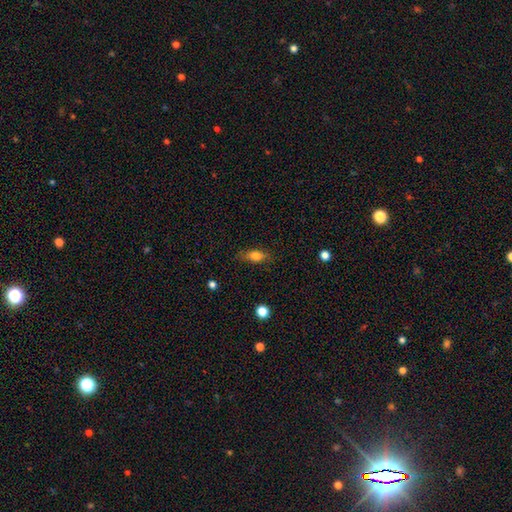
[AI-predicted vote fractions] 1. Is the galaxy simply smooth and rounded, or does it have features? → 77% smooth, 14% featured or disk, 9% star or artifact.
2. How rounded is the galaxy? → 78% in between, 14% cigar-shaped, 8% round.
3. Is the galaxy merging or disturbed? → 79% none, 16% minor disturbance, 4% major disturbance, 1% merger.